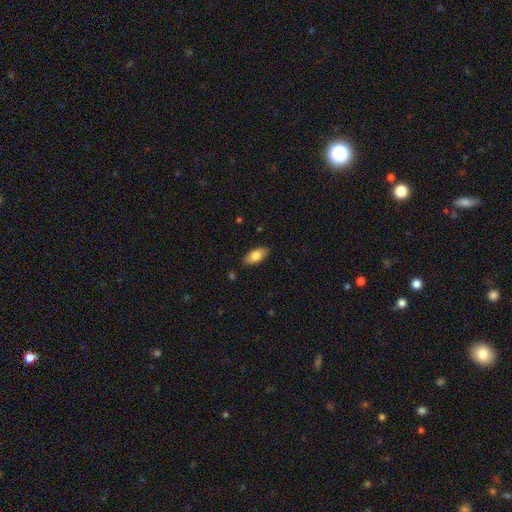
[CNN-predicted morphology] smooth_or_featured: smooth (p=0.78) [alt: featured or disk p=0.15]
how_rounded: in between (p=0.89) [alt: cigar-shaped p=0.08]
merging: none (p=0.87) [alt: minor disturbance p=0.10]